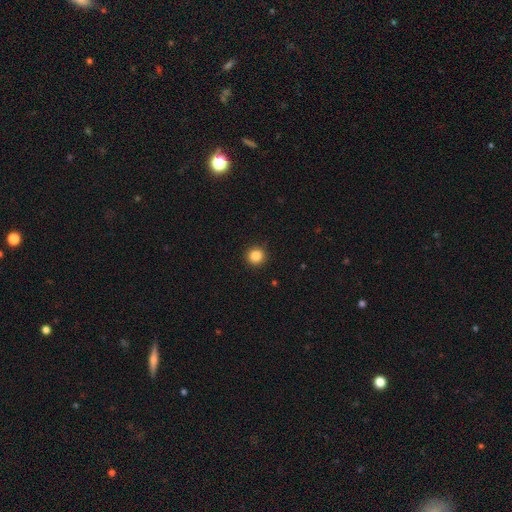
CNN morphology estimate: Overall: smooth (86%). How rounded: round (93%). Merging: none (92%).